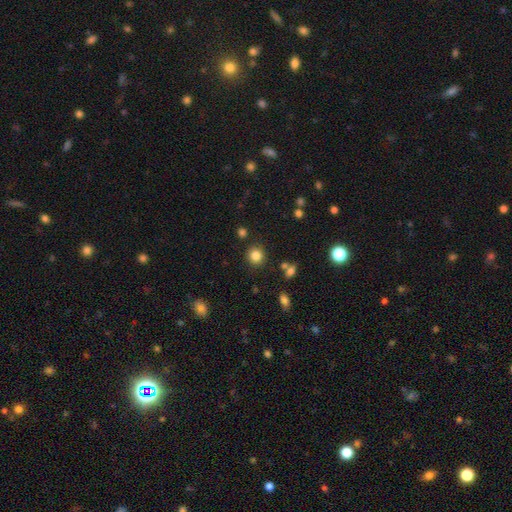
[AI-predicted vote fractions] Overall: smooth (83%). How rounded: round (88%). Merging: none (86%).